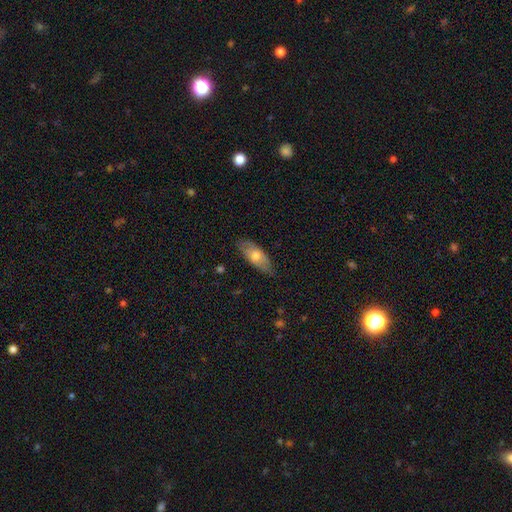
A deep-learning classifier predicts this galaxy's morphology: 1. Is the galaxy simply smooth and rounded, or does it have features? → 65% smooth, 29% featured or disk, 6% star or artifact.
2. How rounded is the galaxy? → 82% in between, 15% cigar-shaped, 3% round.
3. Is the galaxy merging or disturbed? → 75% none, 20% minor disturbance, 3% major disturbance, 1% merger.